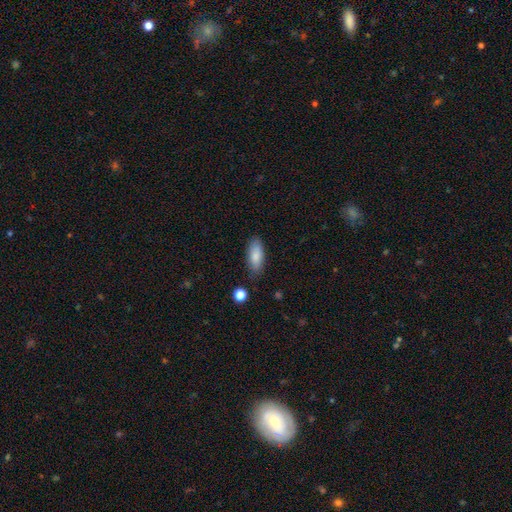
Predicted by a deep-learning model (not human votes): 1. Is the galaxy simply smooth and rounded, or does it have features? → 85% smooth, 9% featured or disk, 6% star or artifact.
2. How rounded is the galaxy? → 80% in between, 18% cigar-shaped, 2% round.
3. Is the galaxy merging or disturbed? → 82% none, 13% minor disturbance, 3% major disturbance, 2% merger.